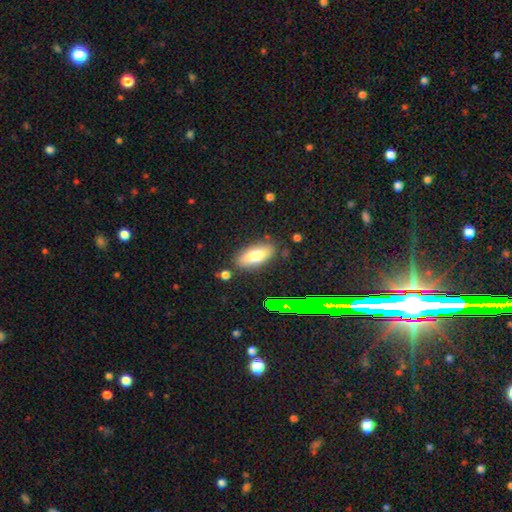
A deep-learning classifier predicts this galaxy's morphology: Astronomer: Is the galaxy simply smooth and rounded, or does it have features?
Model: smooth — 74%.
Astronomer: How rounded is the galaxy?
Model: in between — 81%.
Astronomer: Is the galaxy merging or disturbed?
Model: none — 82%.